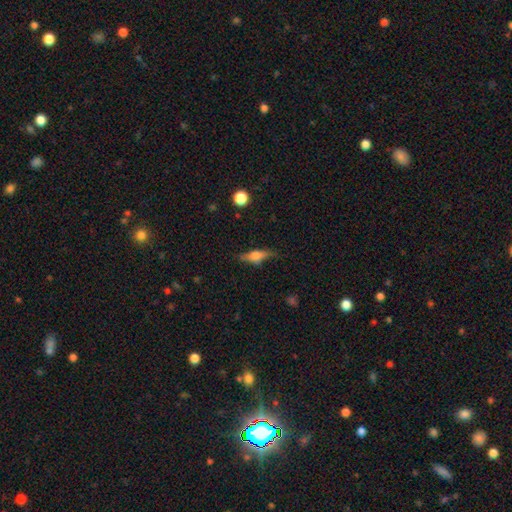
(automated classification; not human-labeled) This is possibly a smooth galaxy (47%). Merging: likely none (73%).